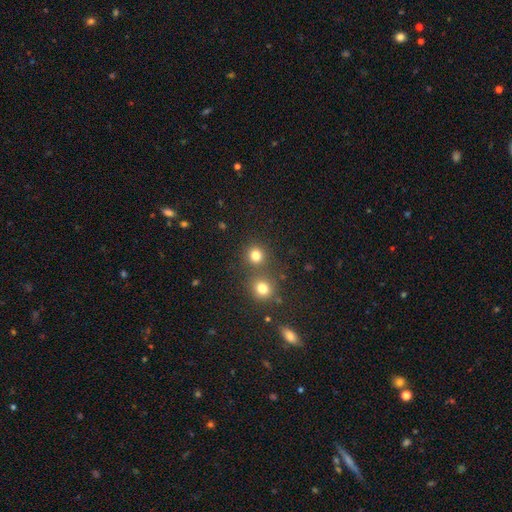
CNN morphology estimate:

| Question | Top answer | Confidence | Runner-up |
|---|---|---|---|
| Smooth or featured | smooth | 79% | star or artifact (15%) |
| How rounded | round | 90% | in between (9%) |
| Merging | none | 72% | merger (19%) |